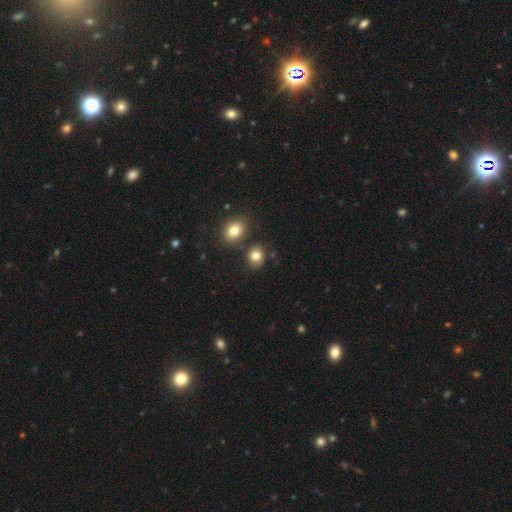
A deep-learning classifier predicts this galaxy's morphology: Smooth or featured? smooth (82%)
How rounded? round (52%)
Merging? none (76%)